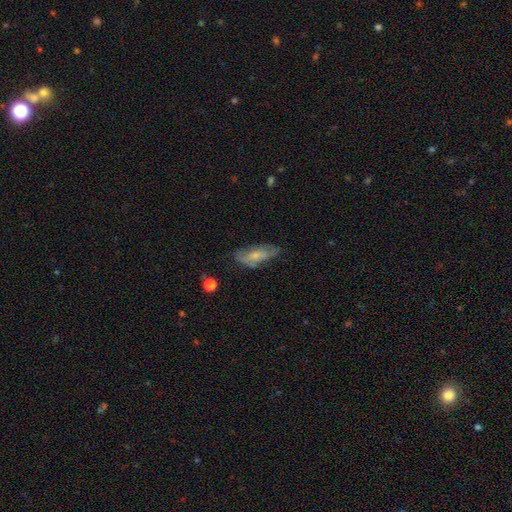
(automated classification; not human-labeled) Smooth or featured?
  - smooth: 55% *
  - featured or disk: 37%
  - star or artifact: 7%
How rounded?
  - in between: 75% *
  - cigar-shaped: 22%
  - round: 3%
Merging?
  - none: 59% *
  - minor disturbance: 29%
  - major disturbance: 10%
  - merger: 2%